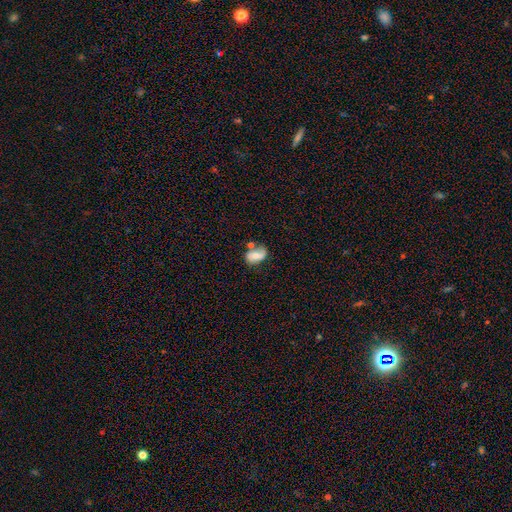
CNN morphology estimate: The model was most divided on "smooth or featured": smooth: 47%, featured or disk: 44%, star or artifact: 8%. Remaining: merging — none (49%).